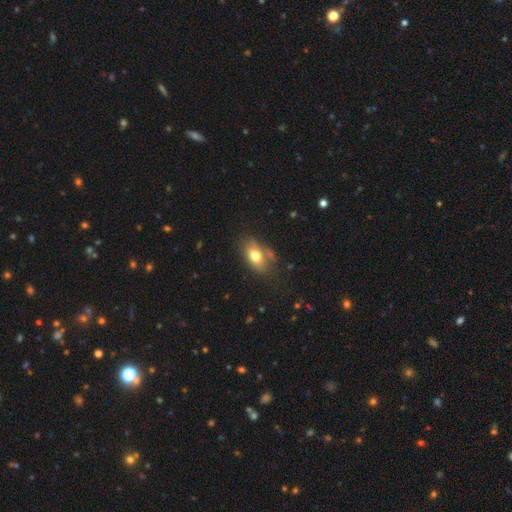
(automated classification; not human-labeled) smooth 69%, featured or disk 22%, star or artifact 9%. Down the decision tree: how rounded — in between (86%); merging — none (58%).